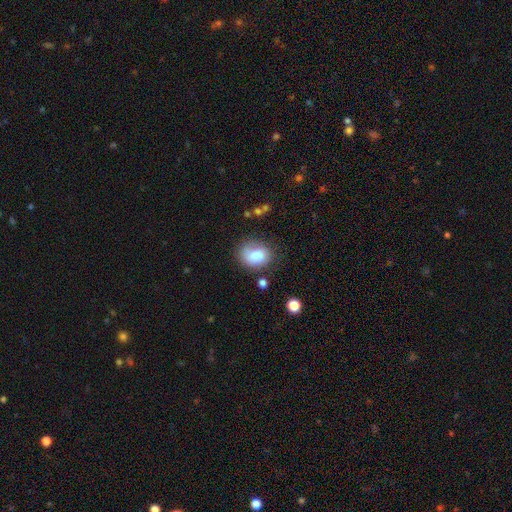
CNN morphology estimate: smooth_or_featured: smooth (p=0.74) [alt: featured or disk p=0.17]
how_rounded: round (p=0.51) [alt: in between p=0.48]
merging: none (p=0.63) [alt: minor disturbance p=0.22]